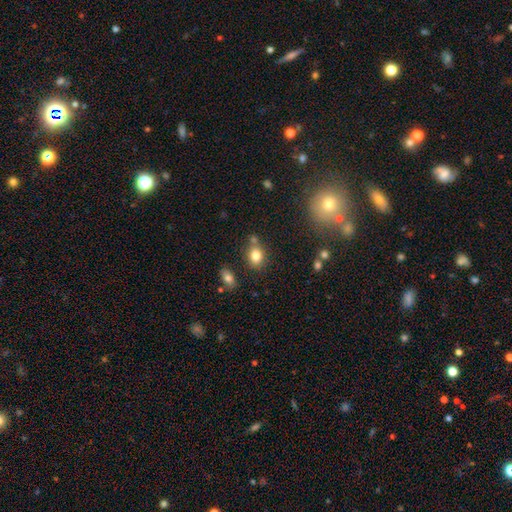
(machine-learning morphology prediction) This is clearly a smooth galaxy (81%). How rounded: likely in between (61%). Merging: likely none (66%).